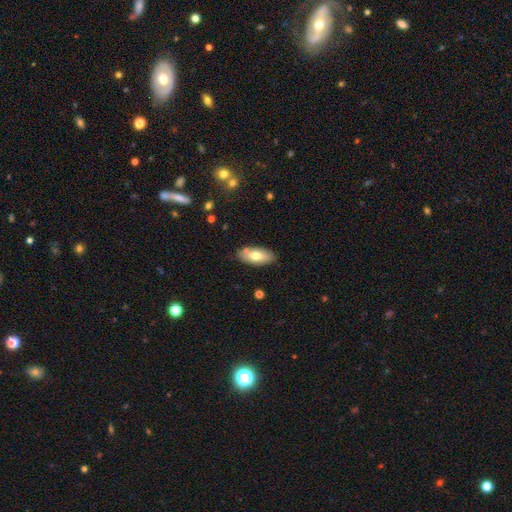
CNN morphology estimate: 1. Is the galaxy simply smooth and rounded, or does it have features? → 72% smooth, 22% featured or disk, 6% star or artifact.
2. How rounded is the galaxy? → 87% in between, 11% cigar-shaped, 2% round.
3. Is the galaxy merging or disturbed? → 80% none, 13% minor disturbance, 4% merger, 2% major disturbance.